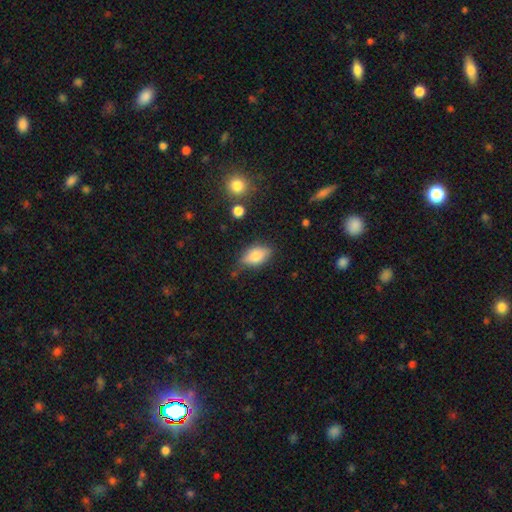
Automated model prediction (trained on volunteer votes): Morphology: type=smooth (73%); roundness=in between (88%); merging=none (72%).